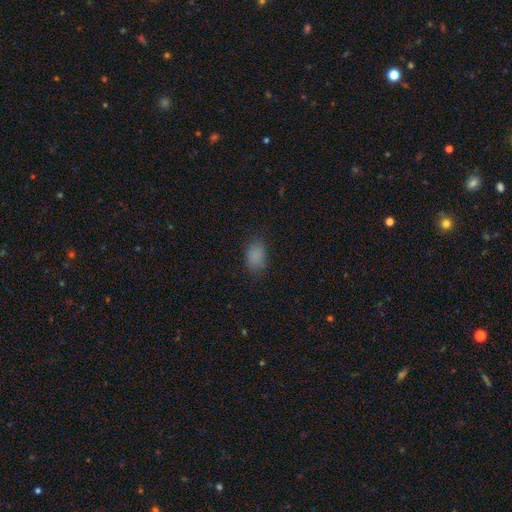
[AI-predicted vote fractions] Smooth or featured? Predicted: smooth (p=0.84). How rounded? Predicted: in between (p=0.81). Merging? Predicted: none (p=0.77).